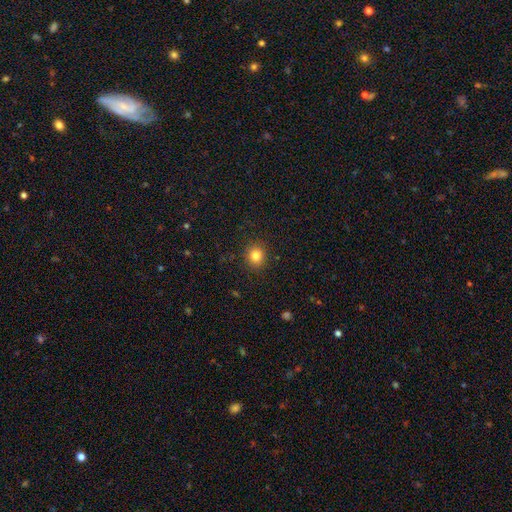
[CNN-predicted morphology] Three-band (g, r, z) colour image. It shows a smooth galaxy with no disk features (83%) that is round (85%). Merging: none (90%).